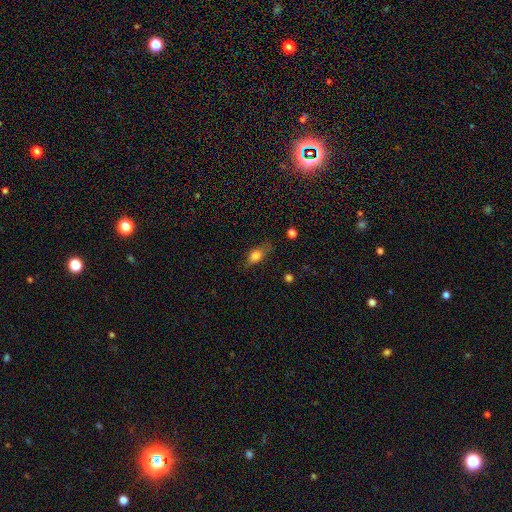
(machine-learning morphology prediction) The model was most divided on "merging": none: 63%, minor disturbance: 26%, major disturbance: 9%, merger: 2%. More confident: how rounded — in between (75%); smooth or featured — smooth (74%).